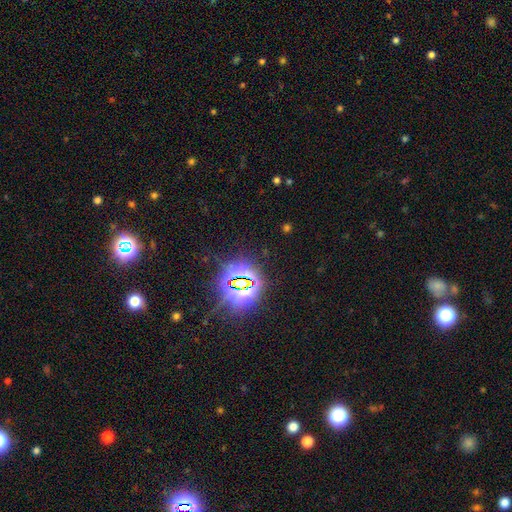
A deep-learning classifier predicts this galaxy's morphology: Q: Smooth or featured?
A: star or artifact (80%); runner-up: smooth (13%)